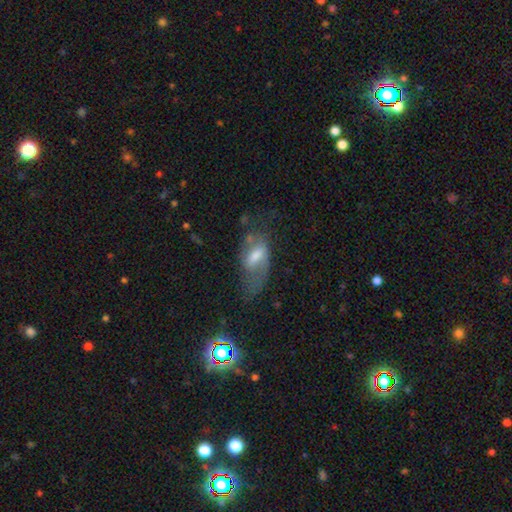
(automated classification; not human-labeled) This is possibly a featured or disk galaxy (55%). It is clearly not viewed edge-on (90%). Merging: marginally none (39%).